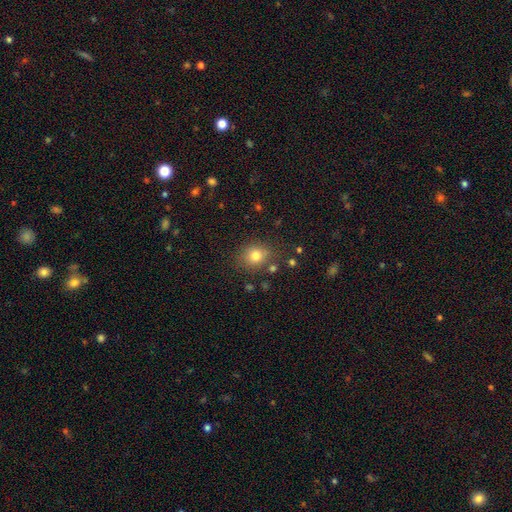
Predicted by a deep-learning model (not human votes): A smooth galaxy with no disk features (77%) that is round (74%). Merging: none (80%).